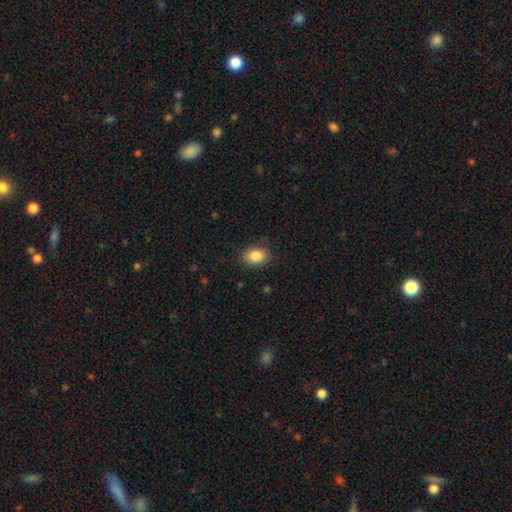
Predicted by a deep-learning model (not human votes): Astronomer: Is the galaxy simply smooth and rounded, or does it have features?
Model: smooth — 87%.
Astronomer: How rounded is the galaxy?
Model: in between — 69%.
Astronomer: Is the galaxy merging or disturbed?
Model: none — 85%.